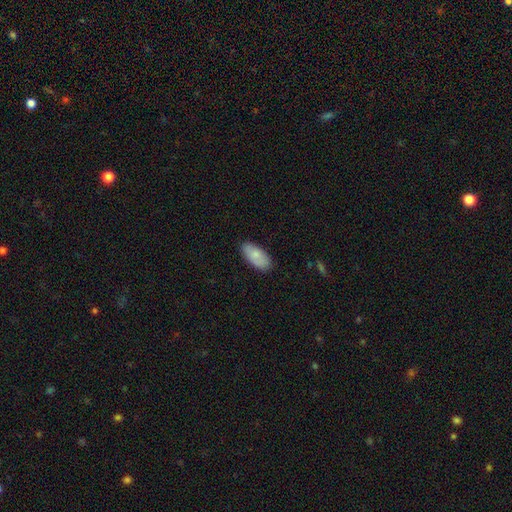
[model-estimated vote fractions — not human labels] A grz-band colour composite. It shows a smooth galaxy with no disk features (79%) that is in between round and cigar-shaped (91%). Merging: none (82%).